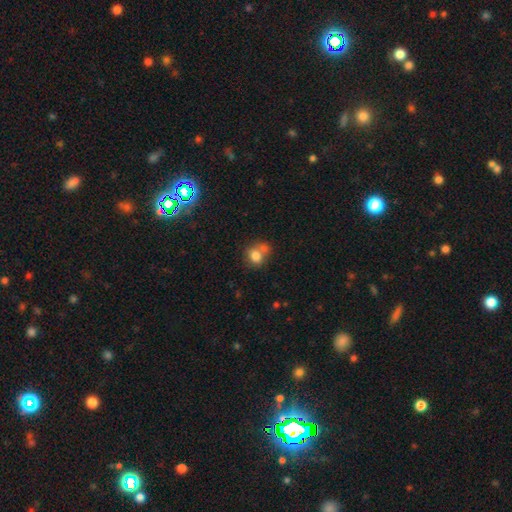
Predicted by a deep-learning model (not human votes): Smooth or featured?
  - smooth: 79% *
  - featured or disk: 11%
  - star or artifact: 10%
How rounded?
  - round: 68% *
  - in between: 31%
  - cigar-shaped: 1%
Merging?
  - none: 42% * (tied)
  - merger: 42% * (tied)
  - minor disturbance: 12%
  - major disturbance: 5%